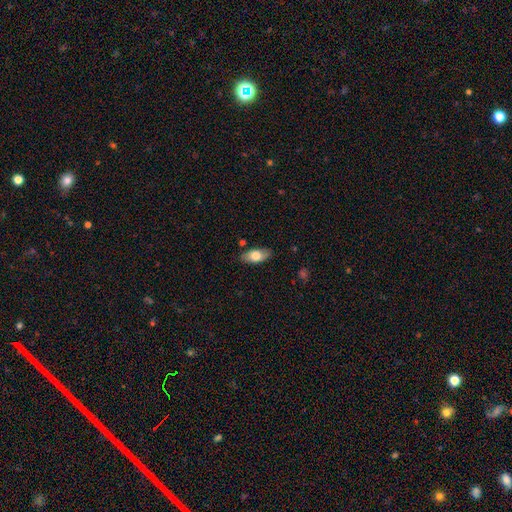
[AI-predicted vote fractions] smooth_or_featured: smooth (p=0.71) [alt: featured or disk p=0.22]
how_rounded: in between (p=0.87) [alt: cigar-shaped p=0.09]
merging: none (p=0.82) [alt: minor disturbance p=0.13]